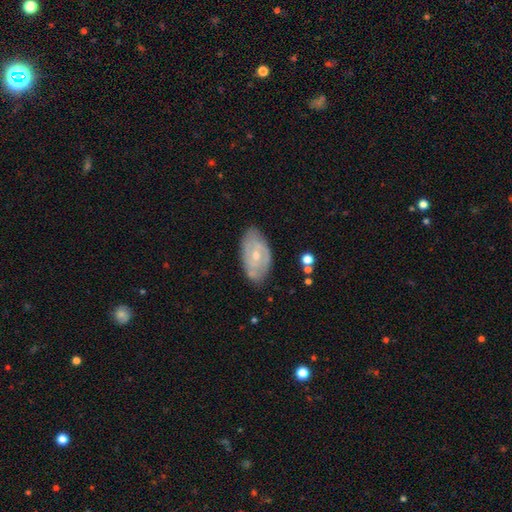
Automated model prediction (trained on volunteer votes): Smooth or featured? featured or disk (71%)
Edge-on disk? no (94%)
Bar? no (48%)
Spiral arms? yes (82%)
Spiral winding? tight (50%)
Spiral arm count? 2 (56%)
Bulge size? small (57%)
Merging? none (75%)